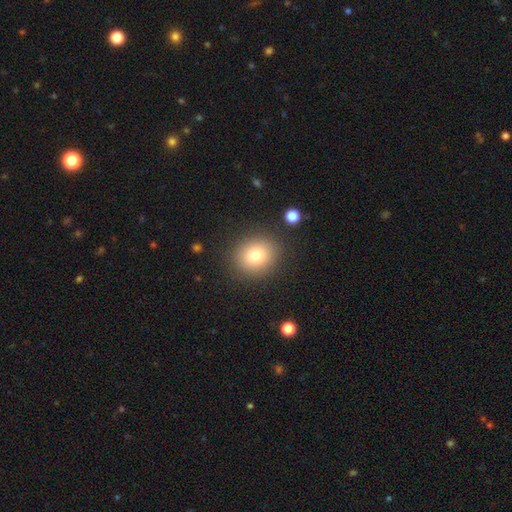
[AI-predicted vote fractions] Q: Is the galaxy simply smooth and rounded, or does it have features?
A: smooth — 78%.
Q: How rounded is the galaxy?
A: round — 75%.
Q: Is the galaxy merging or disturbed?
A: none — 87%.